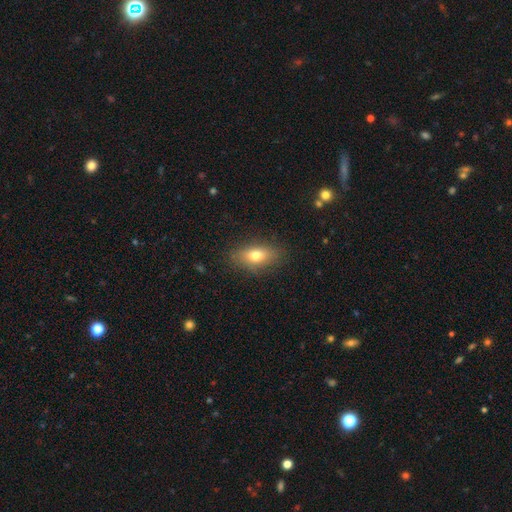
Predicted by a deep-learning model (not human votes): Smooth or featured? smooth (73%)
How rounded? in between (81%)
Merging? none (83%)